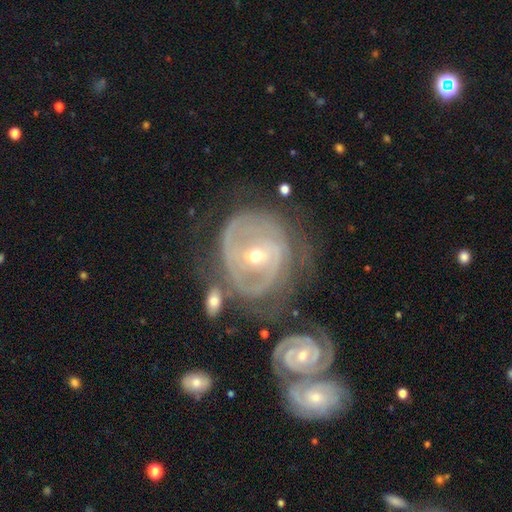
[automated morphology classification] smooth_or_featured: featured or disk (p=0.87) [alt: smooth p=0.08]
disk_edge_on: no (p=0.96) [alt: yes p=0.04]
bar: weak (p=0.40) [alt: no p=0.33]
has_spiral_arms: yes (p=0.94) [alt: no p=0.06]
spiral_winding: tight (p=0.69) [alt: medium p=0.26]
spiral_arm_count: 2 (p=0.41) [alt: 3 p=0.24]
bulge_size: small (p=0.49) [alt: moderate p=0.48]
merging: none (p=0.49) [alt: merger p=0.21]